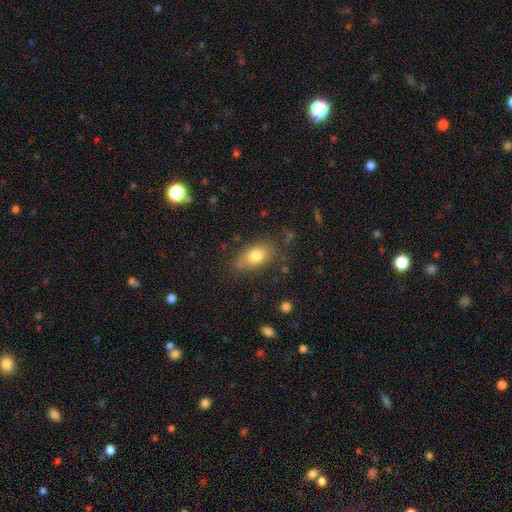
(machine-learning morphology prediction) Smooth or featured?
  - smooth: 79% *
  - featured or disk: 12%
  - star or artifact: 9%
How rounded?
  - in between: 84% *
  - round: 12%
  - cigar-shaped: 4%
Merging?
  - none: 68% *
  - minor disturbance: 21%
  - major disturbance: 6%
  - merger: 4%